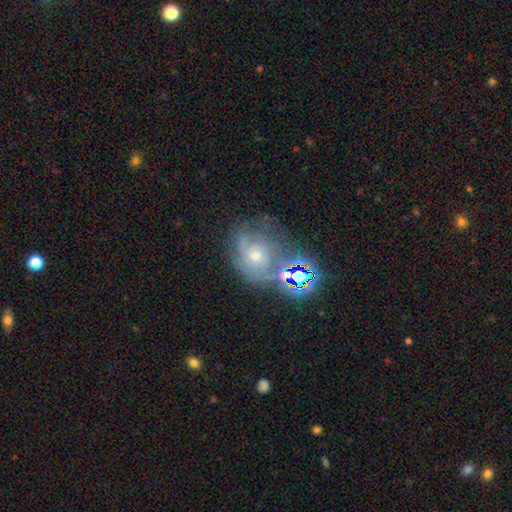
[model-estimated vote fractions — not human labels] Smooth or featured: featured or disk — 52% (star or artifact — 30%)
Edge-on disk: no — 96% (yes — 4%)
Bar: no — 74% (weak — 20%)
Spiral arms: yes — 84% (no — 16%)
Bulge size: small — 54% (moderate — 39%)
Merging: none — 52% (minor disturbance — 19%)